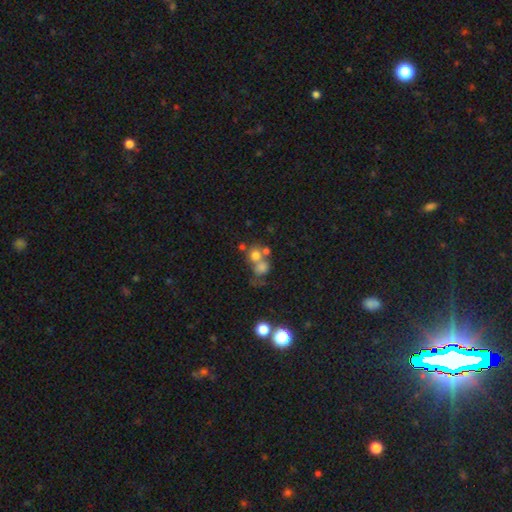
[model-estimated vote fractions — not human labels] Overall: smooth (63%). How rounded: round (80%). Merging: merger (53%; none 32%).